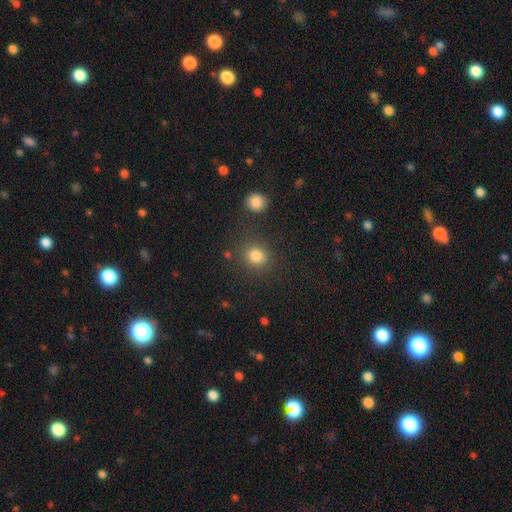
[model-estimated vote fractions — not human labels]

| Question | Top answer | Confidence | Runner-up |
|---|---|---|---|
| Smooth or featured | smooth | 82% | star or artifact (13%) |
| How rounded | round | 81% | in between (18%) |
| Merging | none | 81% | minor disturbance (10%) |